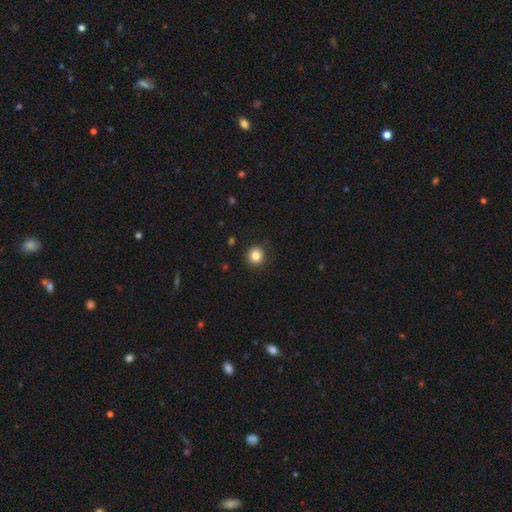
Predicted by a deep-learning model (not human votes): Overall: smooth (84%). How rounded: round (93%). Merging: none (89%).